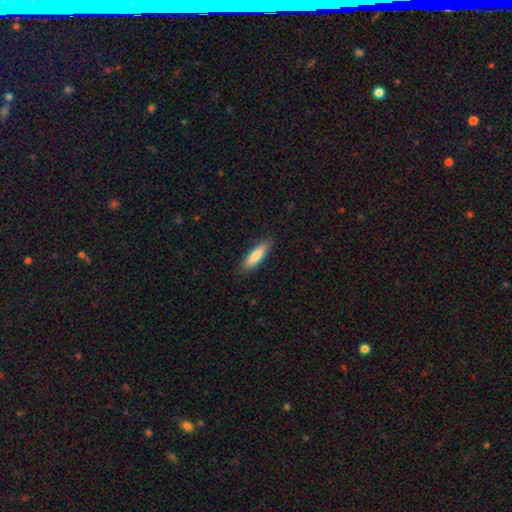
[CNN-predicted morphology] type=smooth (83%); roundness=cigar-shaped (66%); merging=none (88%).